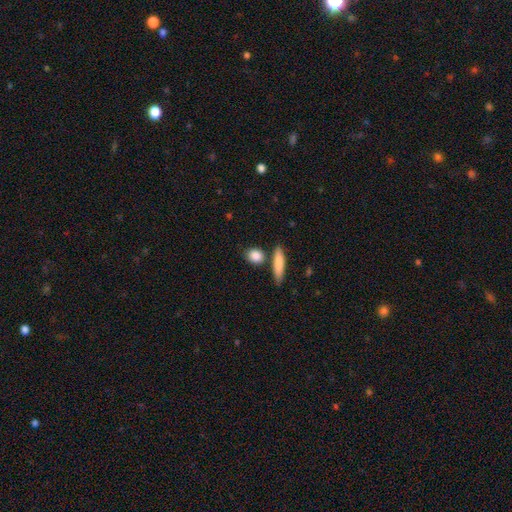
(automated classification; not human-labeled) Overall: smooth (86%). How rounded: round (49%; in between 36%). Merging: none (75%).